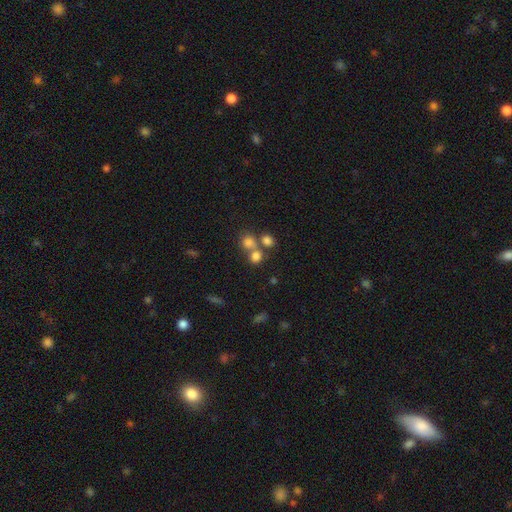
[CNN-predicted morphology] Smooth or featured: smooth — 73% (star or artifact — 16%)
How rounded: round — 79% (in between — 19%)
Merging: none — 46% (merger — 43%)